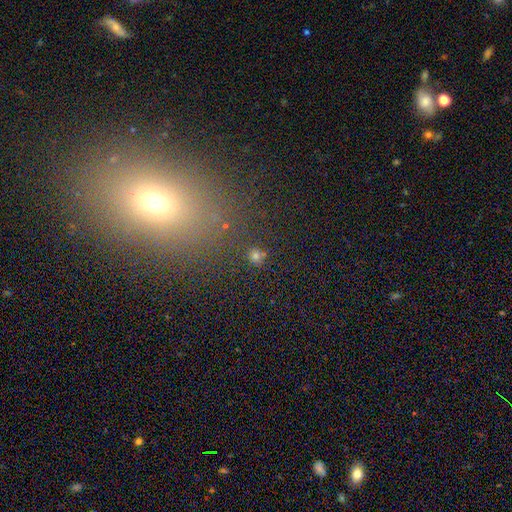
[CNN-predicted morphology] type=smooth (68%); roundness=round (89%); merging=none (78%).